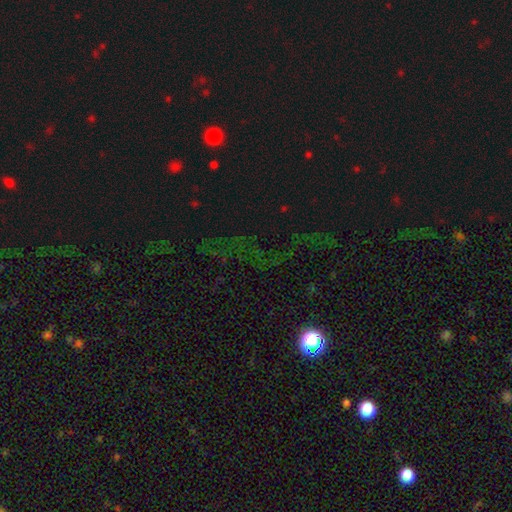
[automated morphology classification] The model was most divided on "smooth or featured": star or artifact: 74%, smooth: 17%, featured or disk: 9%.